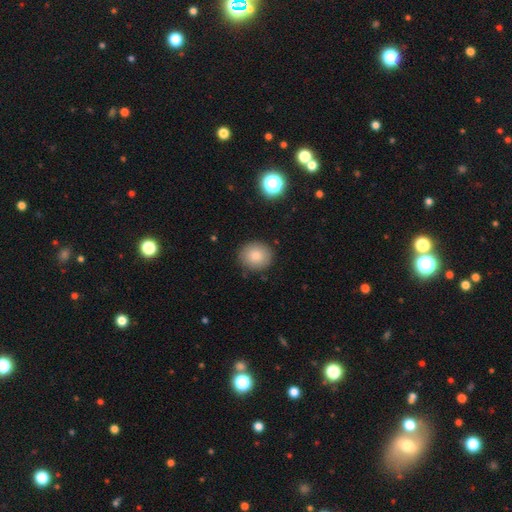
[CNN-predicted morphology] smooth-or-featured: smooth: 84% | star or artifact: 9% | featured or disk: 7%
  how-rounded: round: 84% | in between: 15% | cigar-shaped: 1%
  merging: none: 88% | minor disturbance: 9% | major disturbance: 2% | merger: 1%